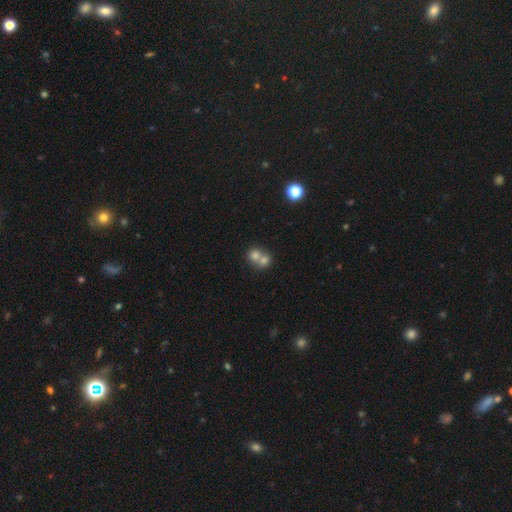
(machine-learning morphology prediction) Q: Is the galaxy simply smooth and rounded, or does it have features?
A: smooth — 72%.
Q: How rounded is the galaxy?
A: round — 75%.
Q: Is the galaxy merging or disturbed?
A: merger — 67%.